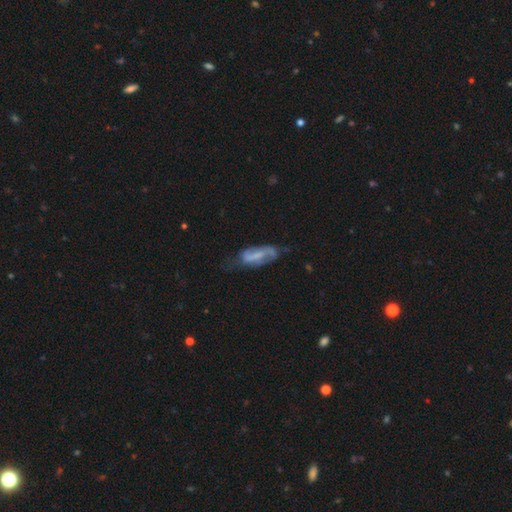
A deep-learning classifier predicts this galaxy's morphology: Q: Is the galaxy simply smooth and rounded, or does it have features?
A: featured or disk — 65%.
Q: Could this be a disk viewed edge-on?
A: no — 90%.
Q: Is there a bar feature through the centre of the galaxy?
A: weak — 40%.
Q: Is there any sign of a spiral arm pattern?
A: yes — 82%.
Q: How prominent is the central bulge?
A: none — 41%.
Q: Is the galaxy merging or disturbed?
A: none — 48%.